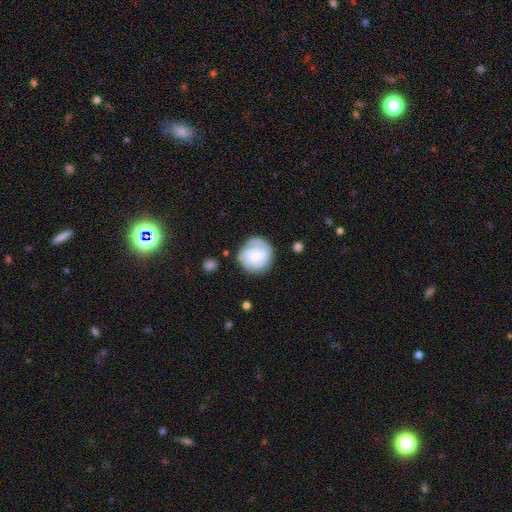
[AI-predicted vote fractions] A smooth galaxy with no disk features (54%) that is round (90%).

Vote fractions:
- Smooth or featured? smooth: 54% / featured or disk: 38% / star or artifact: 8%
- How rounded? round: 90% / in between: 9% / cigar-shaped: 1%
- Merging? none: 71% / minor disturbance: 18% / major disturbance: 7% / merger: 4%